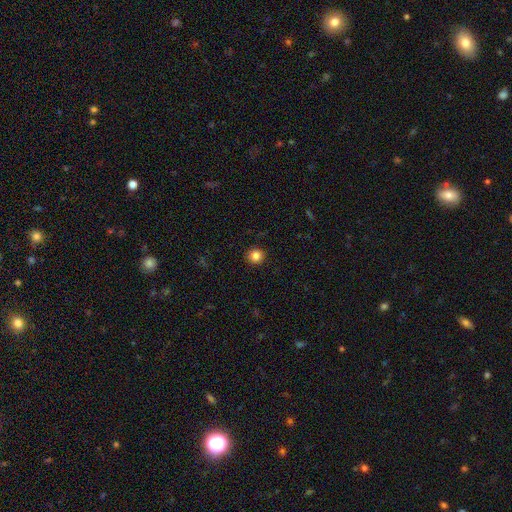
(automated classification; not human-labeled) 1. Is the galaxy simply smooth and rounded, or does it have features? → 85% smooth, 11% star or artifact, 4% featured or disk.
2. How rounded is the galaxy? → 93% round, 6% in between, 1% cigar-shaped.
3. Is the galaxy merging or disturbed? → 92% none, 5% minor disturbance, 2% major disturbance, 1% merger.